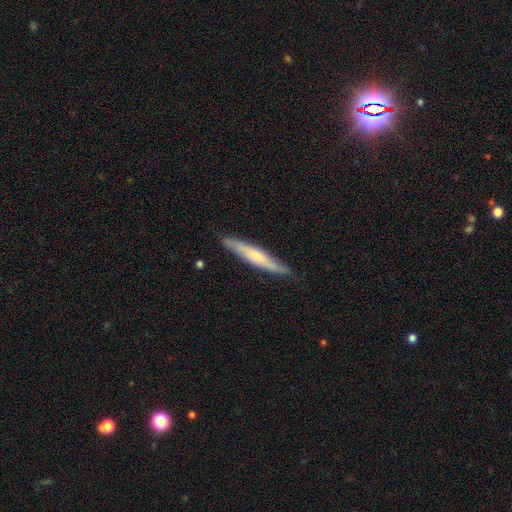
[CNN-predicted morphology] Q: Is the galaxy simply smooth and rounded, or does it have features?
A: smooth — 48%.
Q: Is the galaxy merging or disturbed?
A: none — 83%.